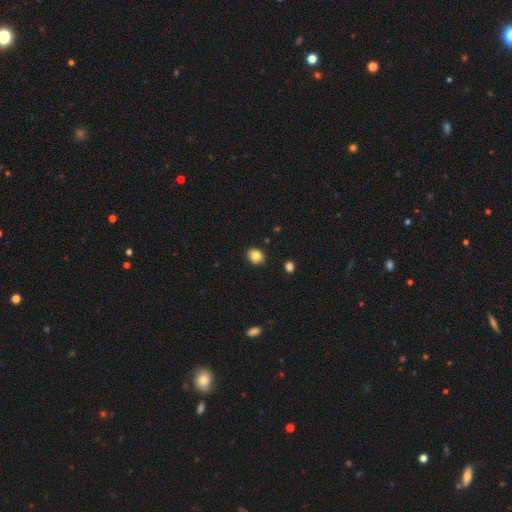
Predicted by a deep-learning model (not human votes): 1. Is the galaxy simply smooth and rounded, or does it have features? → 84% smooth, 9% star or artifact, 7% featured or disk.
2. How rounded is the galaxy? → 53% round, 46% in between, 1% cigar-shaped.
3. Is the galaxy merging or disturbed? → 90% none, 7% minor disturbance, 2% major disturbance, 1% merger.